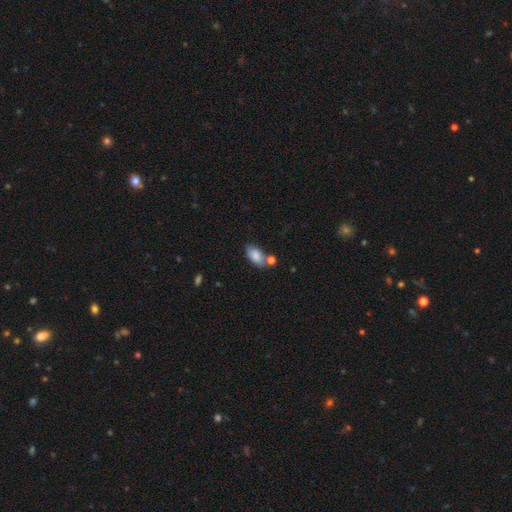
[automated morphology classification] This is clearly a smooth galaxy (84%). How rounded: clearly in between (92%). Merging: likely none (61%).